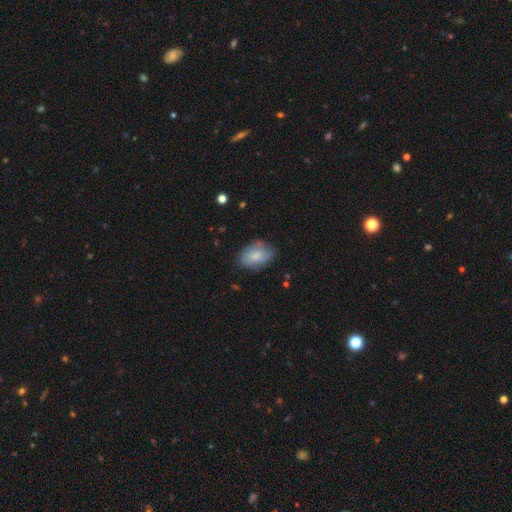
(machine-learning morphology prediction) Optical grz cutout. It shows a smooth galaxy with no disk features (81%) that is in between round and cigar-shaped (86%). Merging: none (74%).